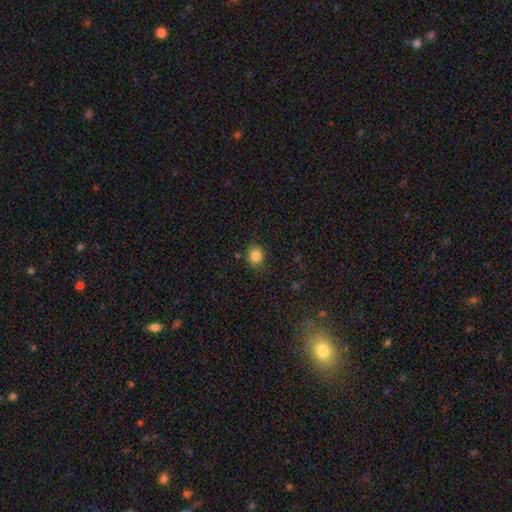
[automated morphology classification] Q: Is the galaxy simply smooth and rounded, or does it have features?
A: smooth — 85%.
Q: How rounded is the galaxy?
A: round — 76%.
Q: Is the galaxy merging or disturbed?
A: none — 82%.